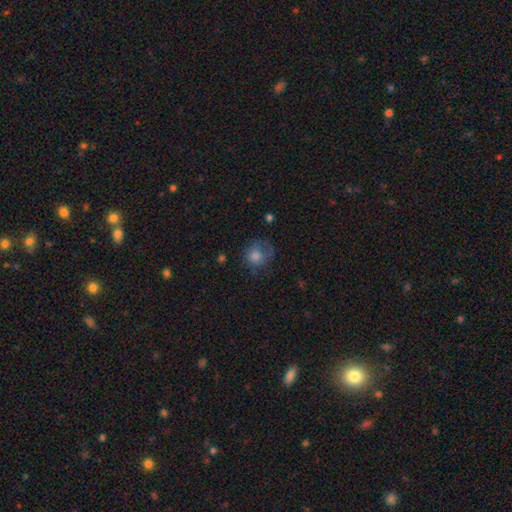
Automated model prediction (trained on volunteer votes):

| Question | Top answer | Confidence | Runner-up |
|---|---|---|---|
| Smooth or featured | smooth | 74% | featured or disk (15%) |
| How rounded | round | 79% | in between (20%) |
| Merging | none | 52% | minor disturbance (25%) |